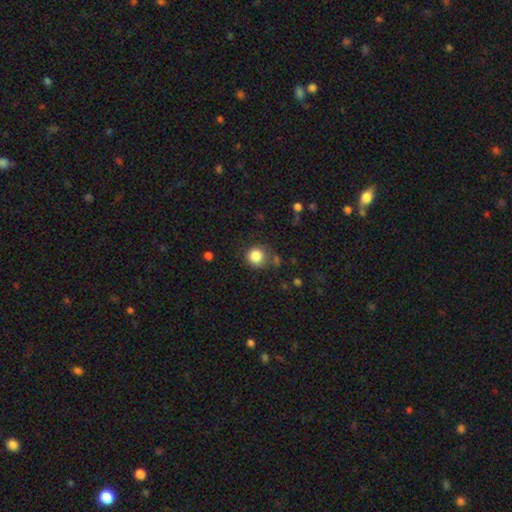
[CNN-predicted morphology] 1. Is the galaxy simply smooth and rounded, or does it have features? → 85% smooth, 10% star or artifact, 5% featured or disk.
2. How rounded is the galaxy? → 92% round, 7% in between, 1% cigar-shaped.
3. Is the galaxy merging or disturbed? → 75% none, 15% minor disturbance, 5% merger, 5% major disturbance.